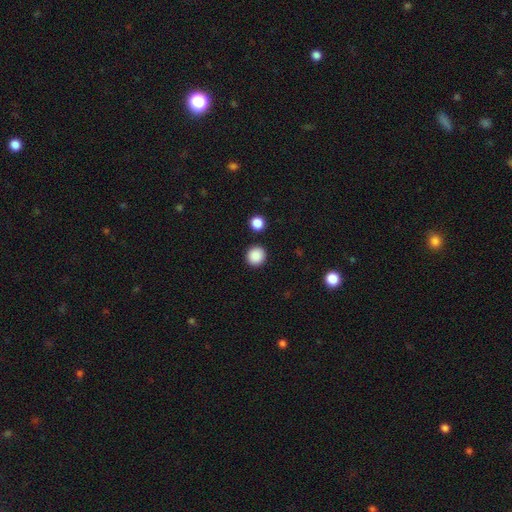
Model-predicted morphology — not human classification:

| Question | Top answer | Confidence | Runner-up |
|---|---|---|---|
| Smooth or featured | smooth | 88% | star or artifact (9%) |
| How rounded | round | 91% | in between (8%) |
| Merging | none | 90% | minor disturbance (6%) |